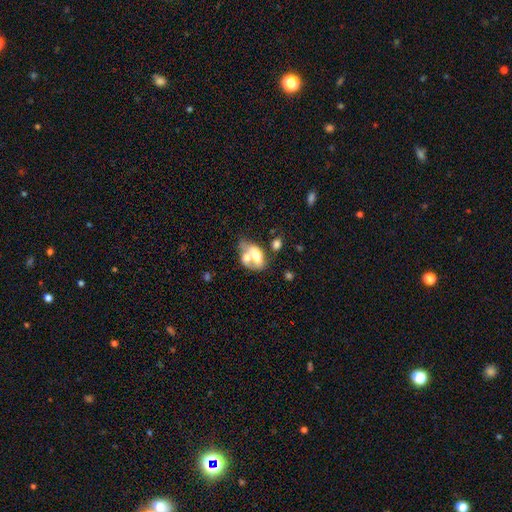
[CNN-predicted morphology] A smooth galaxy with no disk features (58%) that is in between round and cigar-shaped (84%). Merging: merger (66%).